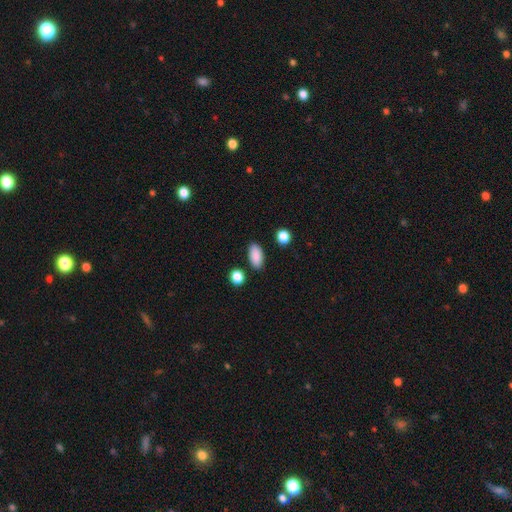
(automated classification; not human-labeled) Smooth or featured? Predicted: smooth (p=0.89). How rounded? Predicted: in between (p=0.91). Merging? Predicted: none (p=0.87).